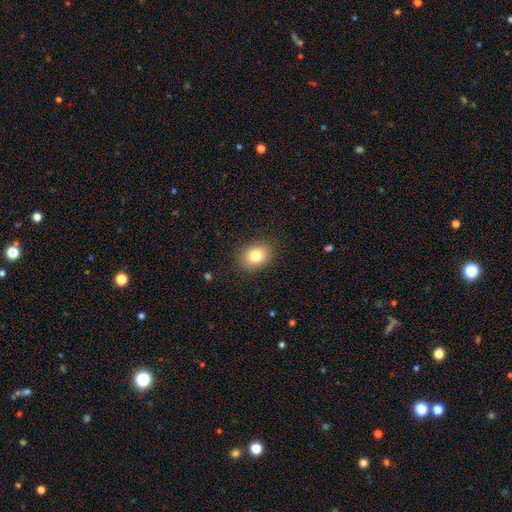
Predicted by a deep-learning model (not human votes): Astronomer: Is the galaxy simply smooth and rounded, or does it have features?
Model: smooth — 80%.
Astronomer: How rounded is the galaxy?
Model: in between — 59% (runner-up: round, 40%).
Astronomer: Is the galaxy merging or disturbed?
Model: none — 87%.